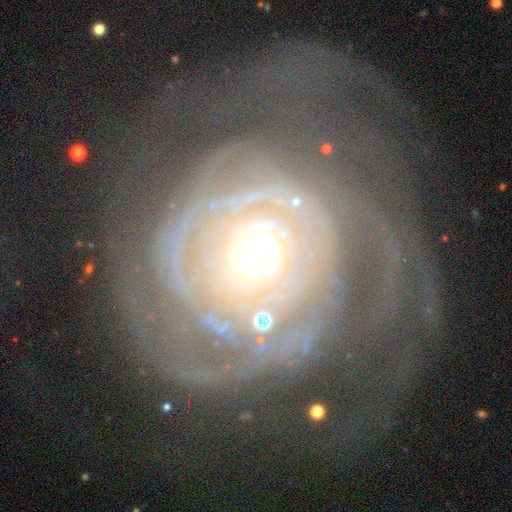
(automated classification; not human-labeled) A featured or disk galaxy (86%) with no bar (81%), tight (72%) spiral arms (86%) and a moderate central bulge (56%).

Vote fractions:
- Smooth or featured? featured or disk: 86% / smooth: 8% / star or artifact: 6%
- Edge-on disk? no: 97% / yes: 3%
- Bar? no: 81% / weak: 14% / strong: 6%
- Spiral arms? yes: 86% / no: 14%
- Spiral winding? tight: 72% / medium: 19% / loose: 9%
- Spiral arm count? can't tell: 42% / 2: 19% / 3: 12% / more than 4: 10% / 4: 10% / 1: 8%
- Bulge size? moderate: 56% / small: 31% / large: 9% / dominant: 2% / none: 1%
- Merging? none: 46% / major disturbance: 34% / minor disturbance: 18% / merger: 3%